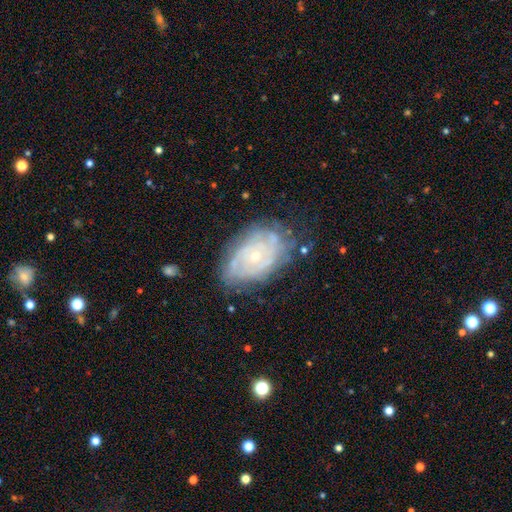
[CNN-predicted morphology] featured or disk 76%, smooth 17%, star or artifact 7%. Down the decision tree: edge-on disk — no (96%); bar — no (82%); spiral arms — yes (84%); spiral arm count — can't tell (52%); spiral winding — tight (71%); bulge size — small (75%); merging — none (67%).